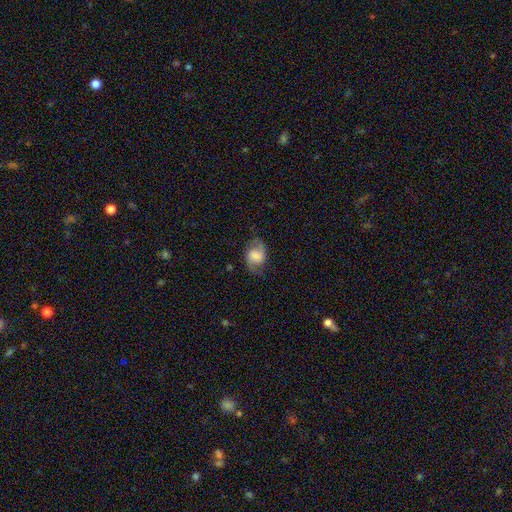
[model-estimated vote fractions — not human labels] Smooth or featured? featured or disk (64%)
Edge-on disk? no (97%)
Bar? no (44%)
Spiral arms? yes (92%)
Spiral winding? loose (44%, tied with medium)
Spiral arm count? 2 (91%)
Bulge size? large (28%)
Merging? none (74%)